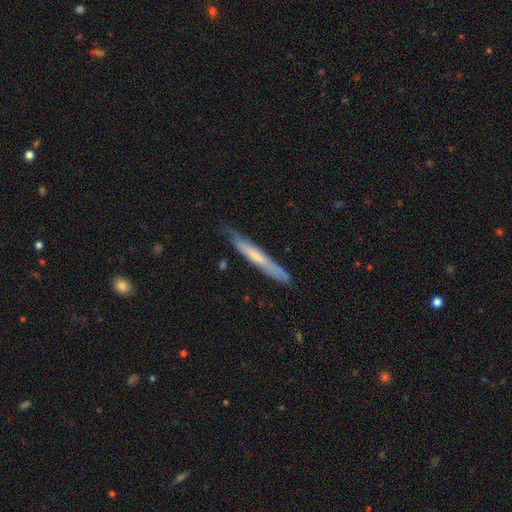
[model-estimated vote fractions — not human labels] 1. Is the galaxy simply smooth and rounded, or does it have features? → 51% smooth, 44% featured or disk, 5% star or artifact.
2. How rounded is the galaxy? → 95% cigar-shaped, 3% in between, 1% round.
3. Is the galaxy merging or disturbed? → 78% none, 18% minor disturbance, 3% major disturbance, 2% merger.